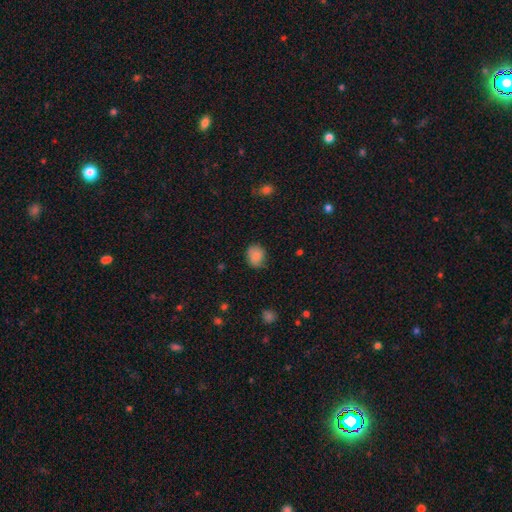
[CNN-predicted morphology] This appears to be a smooth galaxy with no disk features (85%) that is round (62%). Merging: none (75%).